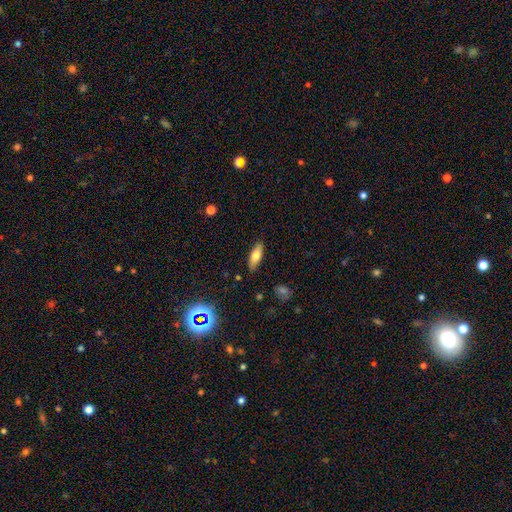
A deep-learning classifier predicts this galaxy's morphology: smooth_or_featured: smooth (p=0.67) [alt: featured or disk p=0.25]
how_rounded: in between (p=0.64) [alt: cigar-shaped p=0.34]
merging: none (p=0.86) [alt: minor disturbance p=0.11]